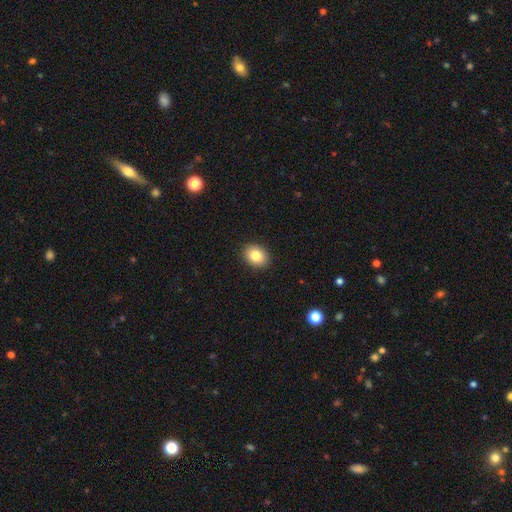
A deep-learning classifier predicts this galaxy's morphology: This appears to be a smooth galaxy with no disk features (83%) that is in between round and cigar-shaped (55%). Merging: none (91%).